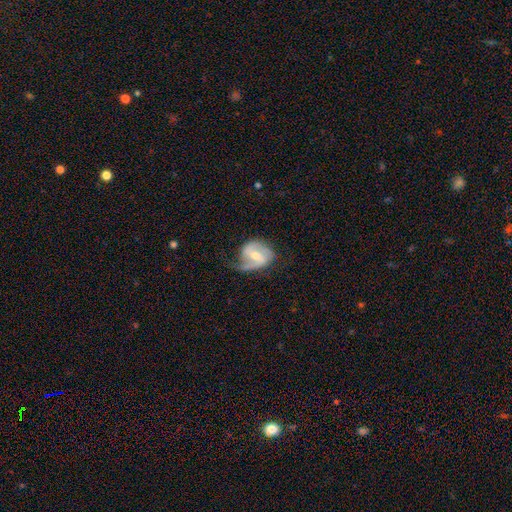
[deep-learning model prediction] Smooth or featured: featured or disk — 76% (smooth — 19%)
Edge-on disk: no — 97% (yes — 3%)
Bar: weak — 48% (strong — 31%)
Spiral arms: yes — 90% (no — 10%)
Spiral winding: medium — 45% (loose — 33%)
Spiral arm count: 2 — 68% (1 — 20%)
Bulge size: moderate — 55% (small — 40%)
Merging: none — 49% (minor disturbance — 30%)